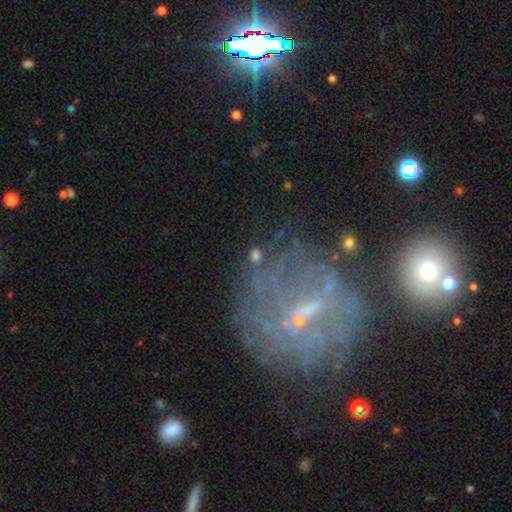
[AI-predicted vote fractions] smooth-or-featured: featured or disk: 45% | smooth: 29% | star or artifact: 26%
  merging: none: 67% | minor disturbance: 15% | major disturbance: 12% | merger: 7%